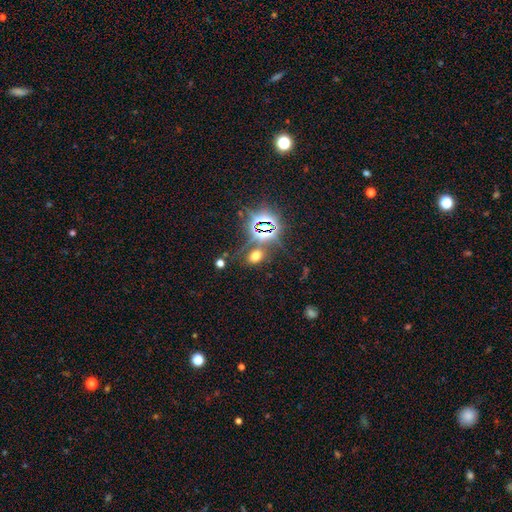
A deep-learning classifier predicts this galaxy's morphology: Q: Smooth or featured?
A: smooth (51%); runner-up: star or artifact (41%)
Q: How rounded?
A: in between (68%); runner-up: round (30%)
Q: Merging?
A: none (74%); runner-up: minor disturbance (11%)